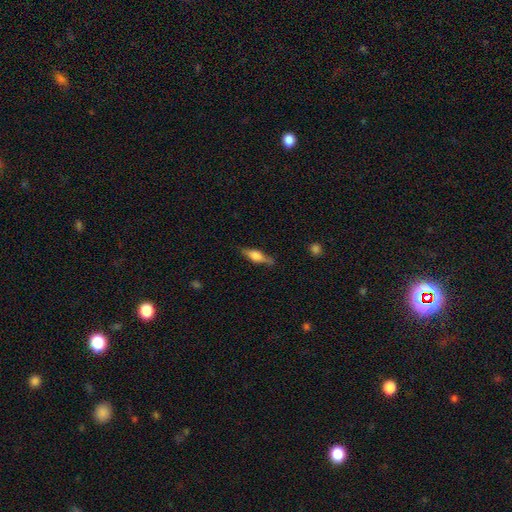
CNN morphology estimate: Smooth or featured: featured or disk — 48% (smooth — 45%)
Merging: none — 79% (minor disturbance — 15%)